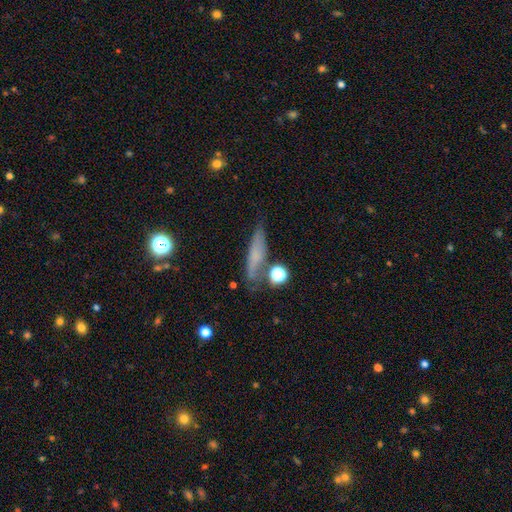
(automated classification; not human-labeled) Smooth or featured?
  - smooth: 56% *
  - featured or disk: 32%
  - star or artifact: 12%
How rounded?
  - cigar-shaped: 71% *
  - in between: 23%
  - round: 6%
Merging?
  - none: 63% *
  - minor disturbance: 22%
  - major disturbance: 8%
  - merger: 7%